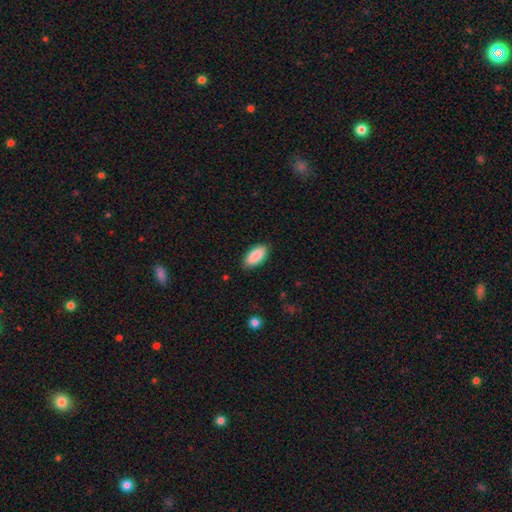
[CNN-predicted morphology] Overall: smooth (89%). How rounded: in between (91%). Merging: none (87%).